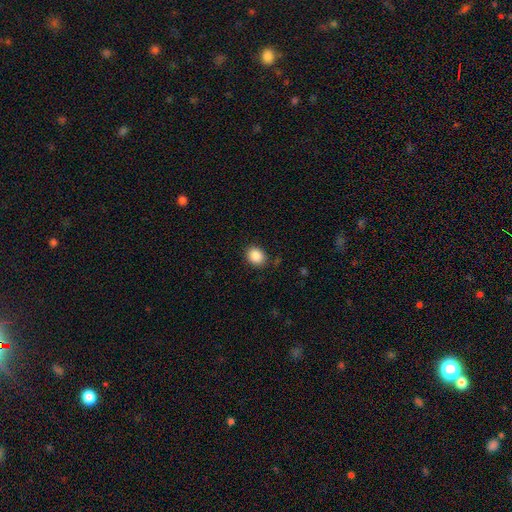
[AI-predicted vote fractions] A smooth galaxy with no disk features (88%) that is round (54%). Merging: none (85%).